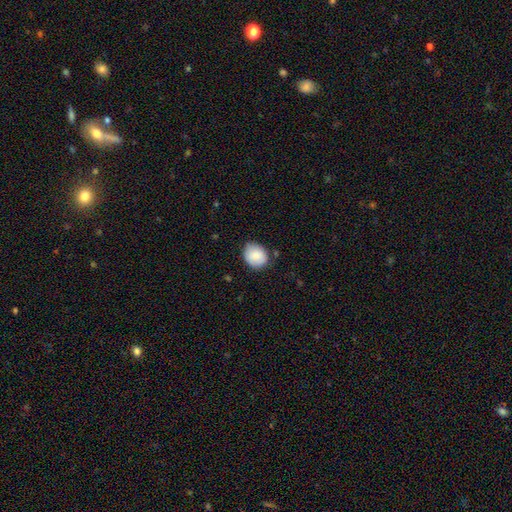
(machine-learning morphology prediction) smooth 86%, star or artifact 7%, featured or disk 7%. Down the decision tree: how rounded — round (66%); merging — none (74%).